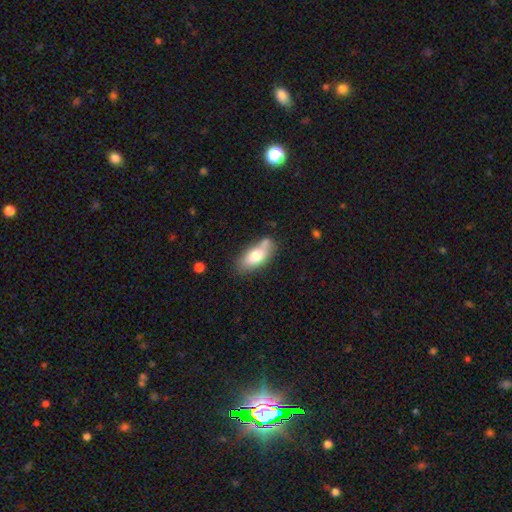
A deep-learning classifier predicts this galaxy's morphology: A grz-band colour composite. It shows a smooth galaxy with no disk features (73%) that is in between round and cigar-shaped (86%). Merging: none (58%).